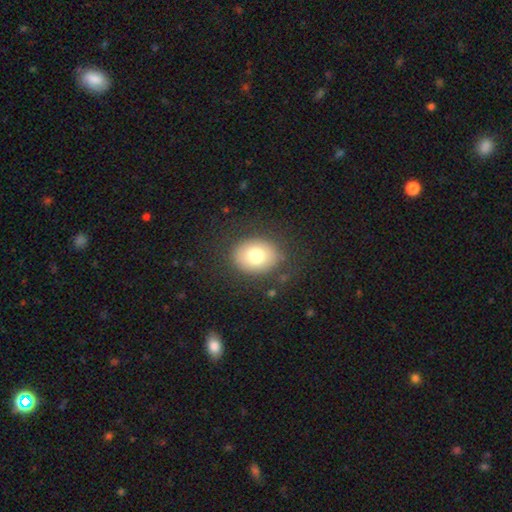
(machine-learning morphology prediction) The model was most divided on "how rounded": round: 50%, in between: 49%, cigar-shaped: 1%. More confident: merging — none (85%); smooth or featured — smooth (76%).